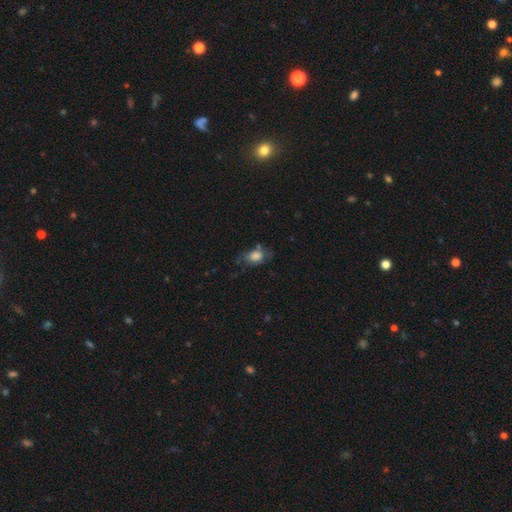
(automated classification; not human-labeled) Smooth or featured? Predicted: smooth (p=0.71). How rounded? Predicted: in between (p=0.73). Merging? Predicted: none (p=0.47).